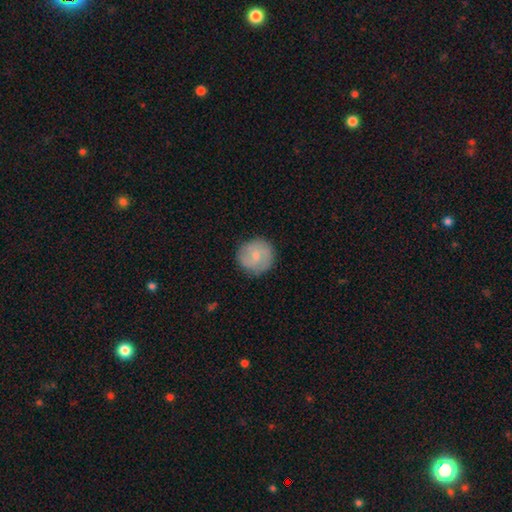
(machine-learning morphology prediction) A smooth galaxy with no disk features (61%) that is round (92%). Merging: none (83%).